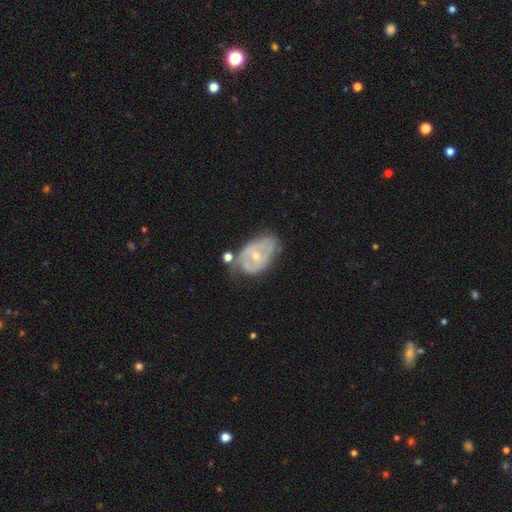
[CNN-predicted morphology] Overall: featured or disk (73%). Edge-on disk: no (95%). Bar: no (69%). Spiral arms: yes (66%; no 34%). Bulge size: small (52%; moderate 45%). Merging: none (43%; minor disturbance 32%).